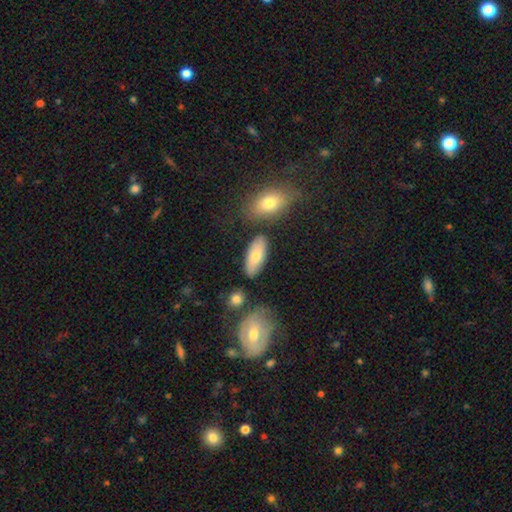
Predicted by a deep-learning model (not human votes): Smooth or featured: smooth — 74% (featured or disk — 19%)
How rounded: in between — 86% (cigar-shaped — 11%)
Merging: none — 77% (minor disturbance — 14%)